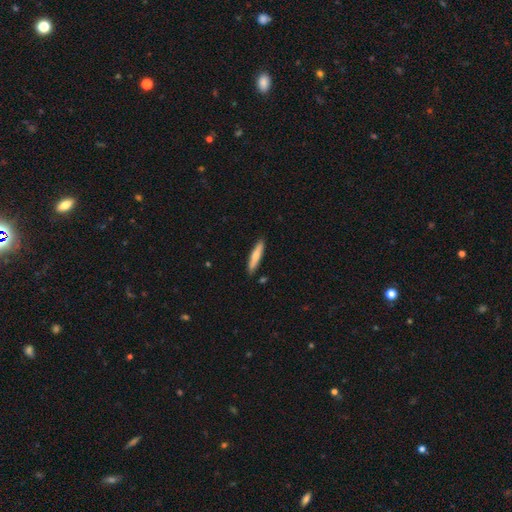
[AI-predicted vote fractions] Q: Smooth or featured?
A: smooth (69%); runner-up: featured or disk (25%)
Q: How rounded?
A: cigar-shaped (89%); runner-up: in between (10%)
Q: Merging?
A: none (88%); runner-up: minor disturbance (9%)